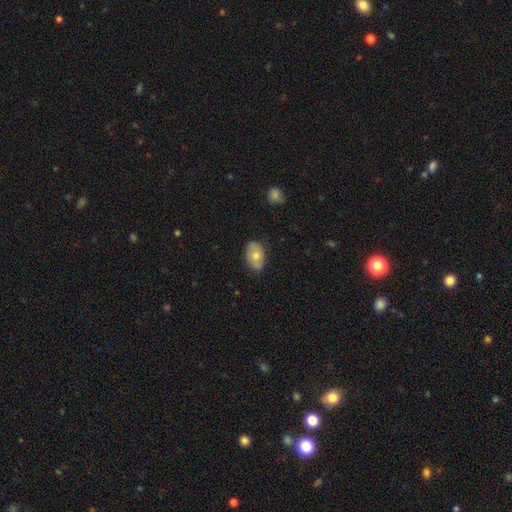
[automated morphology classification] Smooth or featured?
  - smooth: 64% *
  - featured or disk: 28%
  - star or artifact: 8%
How rounded?
  - in between: 88% *
  - round: 10%
  - cigar-shaped: 2%
Merging?
  - none: 79% *
  - minor disturbance: 17%
  - major disturbance: 3%
  - merger: 1%